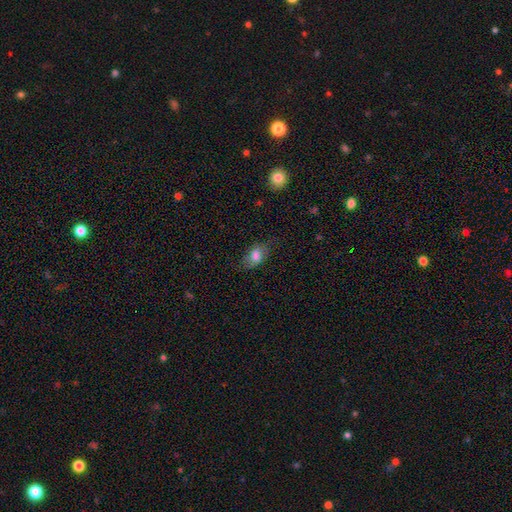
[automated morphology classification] type=smooth (71%); roundness=in between (85%); merging=none (69%).